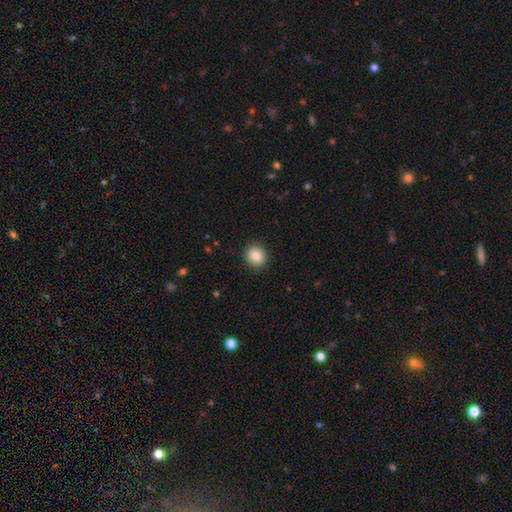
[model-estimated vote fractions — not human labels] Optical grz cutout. It shows a smooth galaxy with no disk features (86%) that is round (86%). Merging: none (90%).